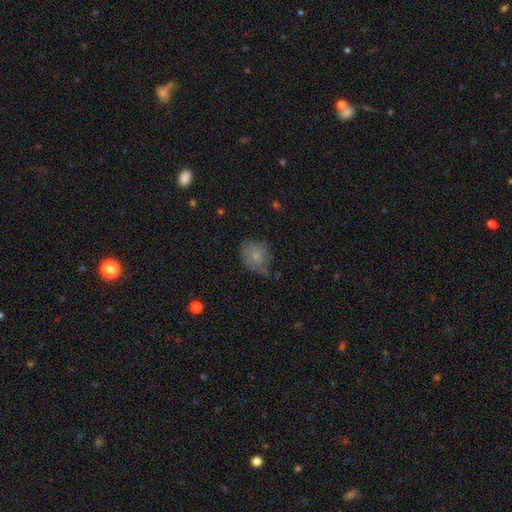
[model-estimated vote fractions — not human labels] Smooth or featured: smooth — 77% (featured or disk — 14%)
How rounded: round — 66% (in between — 33%)
Merging: none — 58% (minor disturbance — 30%)